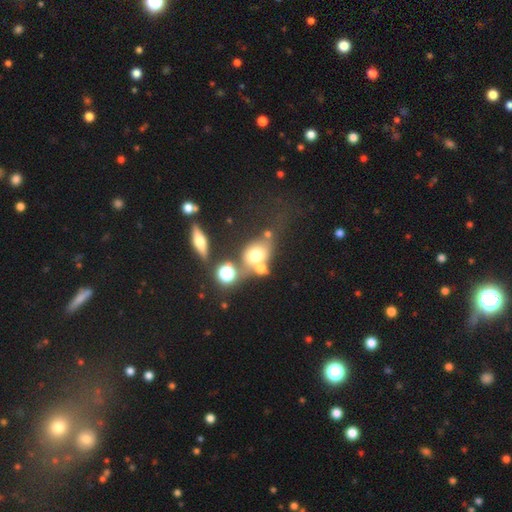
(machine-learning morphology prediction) The model was most divided on "merging": none: 42%, merger: 35%, minor disturbance: 13%, major disturbance: 10%. More confident: smooth or featured — smooth (61%); how rounded — in between (56%).